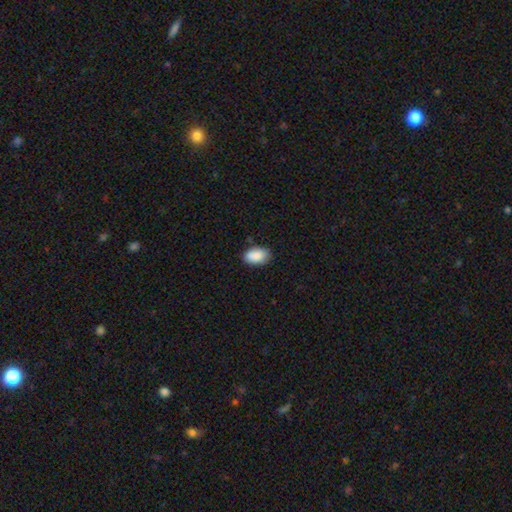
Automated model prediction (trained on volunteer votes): Smooth or featured: smooth — 89% (star or artifact — 7%)
How rounded: in between — 91% (round — 7%)
Merging: none — 77% (minor disturbance — 18%)